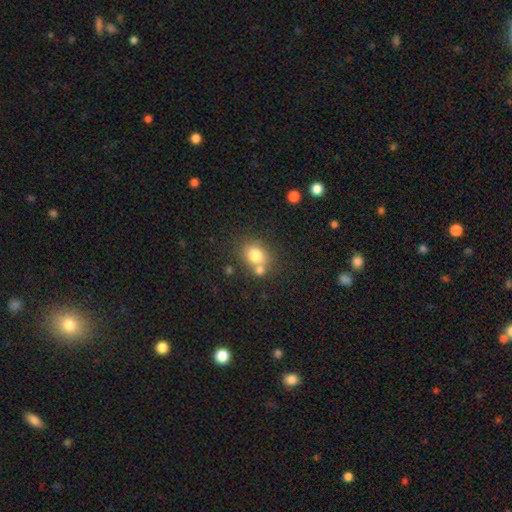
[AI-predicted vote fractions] A smooth galaxy with no disk features (78%) that is round (53%). Merging: none (51%).